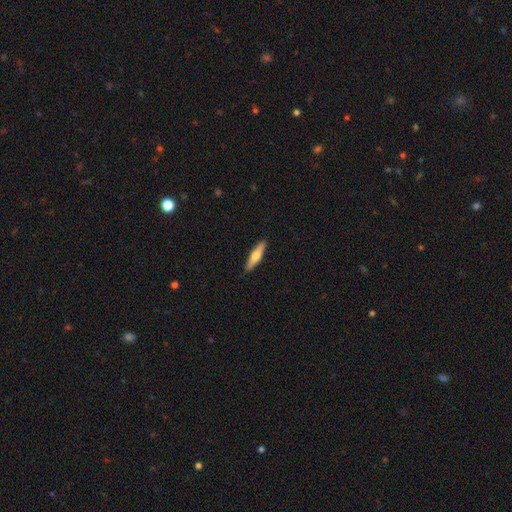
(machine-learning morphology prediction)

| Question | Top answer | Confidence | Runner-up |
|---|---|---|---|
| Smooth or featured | smooth | 56% | featured or disk (39%) |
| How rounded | cigar-shaped | 76% | in between (22%) |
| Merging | none | 90% | minor disturbance (8%) |